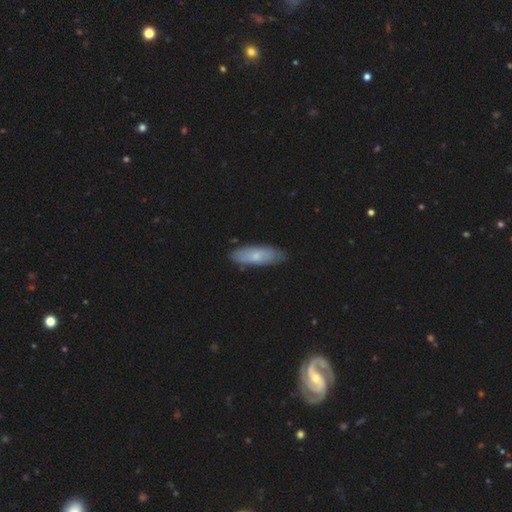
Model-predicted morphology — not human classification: A smooth galaxy with no disk features (67%) that is in between round and cigar-shaped (62%).

Vote fractions:
- Smooth or featured? smooth: 67% / featured or disk: 27% / star or artifact: 6%
- How rounded? in between: 62% / cigar-shaped: 36% / round: 2%
- Merging? none: 81% / minor disturbance: 15% / major disturbance: 2% / merger: 1%